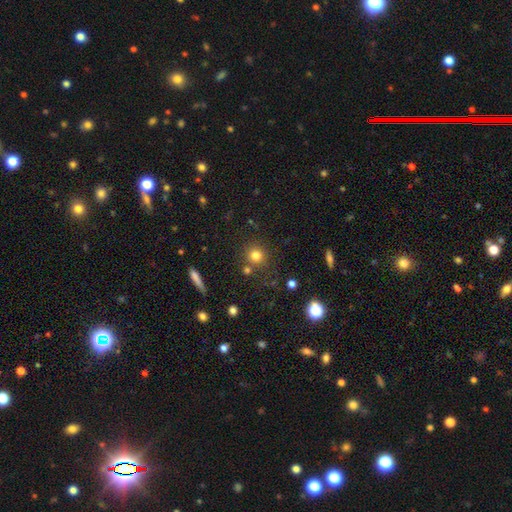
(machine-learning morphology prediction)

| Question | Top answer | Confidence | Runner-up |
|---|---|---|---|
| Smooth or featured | smooth | 77% | star or artifact (15%) |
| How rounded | round | 91% | in between (7%) |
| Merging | none | 79% | merger (9%) |